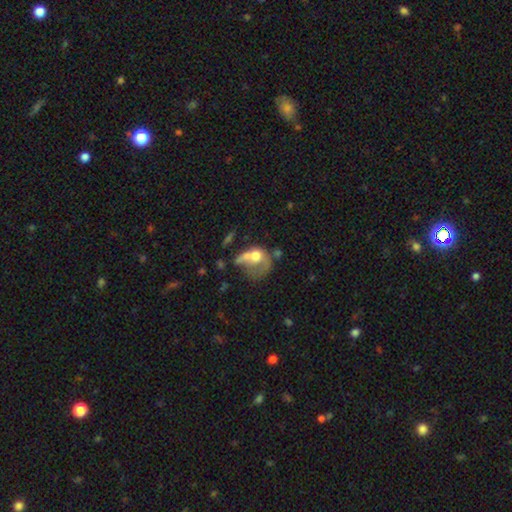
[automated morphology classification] Smooth or featured? smooth (51%)
How rounded? in between (52%)
Merging? major disturbance (46%)